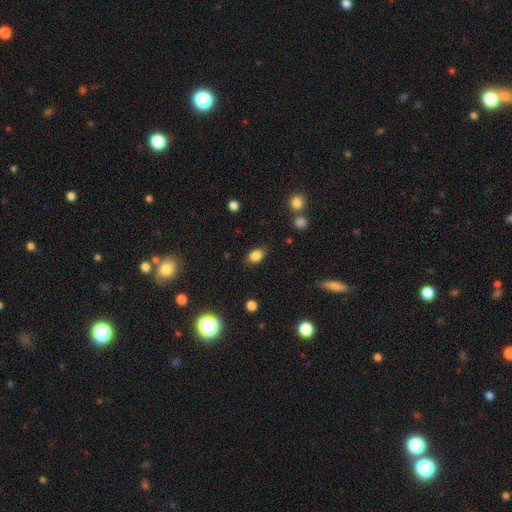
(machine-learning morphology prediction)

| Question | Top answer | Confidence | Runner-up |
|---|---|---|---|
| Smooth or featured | smooth | 84% | star or artifact (11%) |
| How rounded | in between | 78% | round (21%) |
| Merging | none | 85% | minor disturbance (11%) |